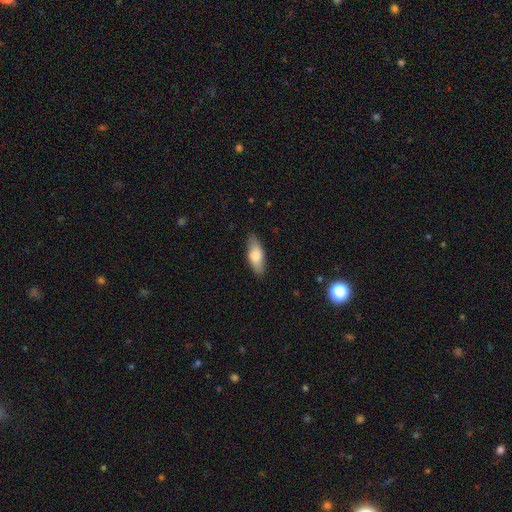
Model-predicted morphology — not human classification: A smooth galaxy with no disk features (76%) that is in between round and cigar-shaped (73%).

Vote fractions:
- Smooth or featured? smooth: 76% / featured or disk: 17% / star or artifact: 6%
- How rounded? in between: 73% / cigar-shaped: 24% / round: 3%
- Merging? none: 84% / minor disturbance: 12% / major disturbance: 2% / merger: 1%